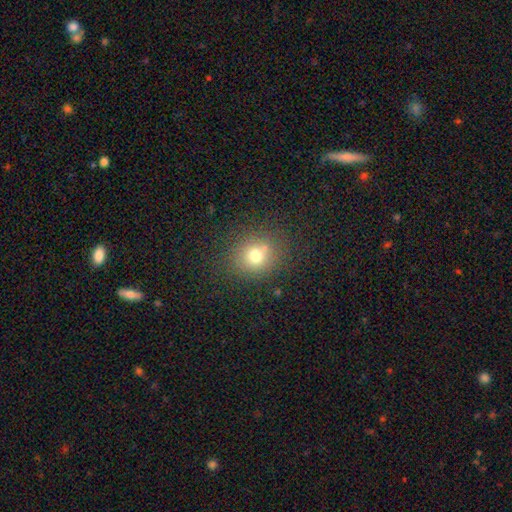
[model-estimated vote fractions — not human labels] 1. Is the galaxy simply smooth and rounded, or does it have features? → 72% smooth, 17% star or artifact, 11% featured or disk.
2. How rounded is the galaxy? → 80% round, 19% in between, 1% cigar-shaped.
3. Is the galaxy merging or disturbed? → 75% none, 12% minor disturbance, 9% merger, 5% major disturbance.